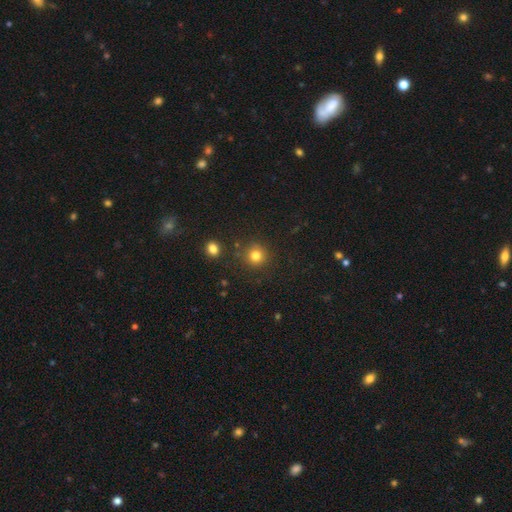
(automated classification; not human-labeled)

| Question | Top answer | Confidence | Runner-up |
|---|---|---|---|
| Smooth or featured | smooth | 80% | star or artifact (14%) |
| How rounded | round | 93% | in between (6%) |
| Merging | none | 86% | minor disturbance (7%) |